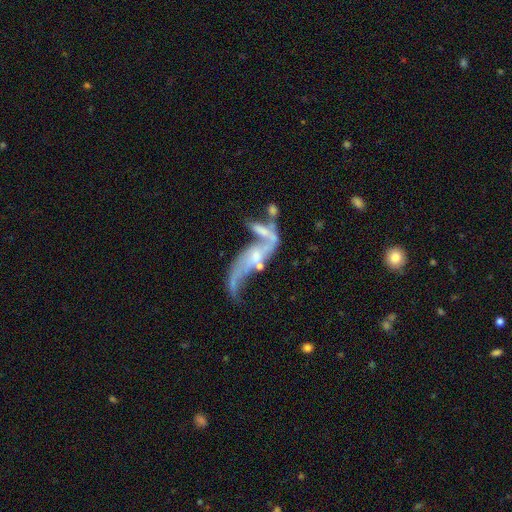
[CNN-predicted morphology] Smooth or featured: featured or disk — 78% (smooth — 13%)
Edge-on disk: no — 88% (yes — 12%)
Bar: no — 61% (weak — 27%)
Spiral arms: yes — 75% (no — 25%)
Spiral winding: loose — 88% (medium — 9%)
Spiral arm count: 2 — 77% (1 — 9%)
Bulge size: small — 50% (moderate — 26%)
Merging: merger — 46% (major disturbance — 23%)